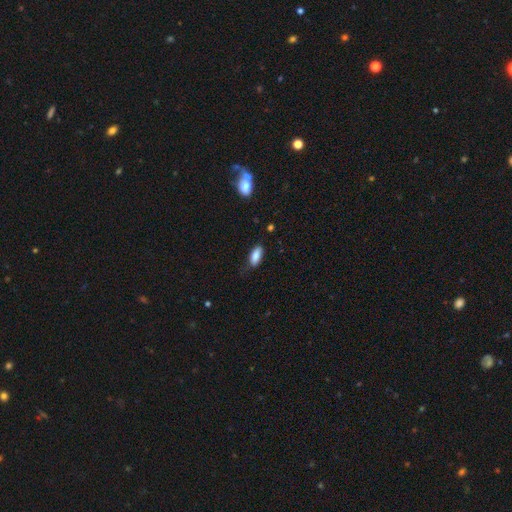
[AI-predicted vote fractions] A smooth galaxy with no disk features (86%) that is in between round and cigar-shaped (85%). Merging: none (72%).